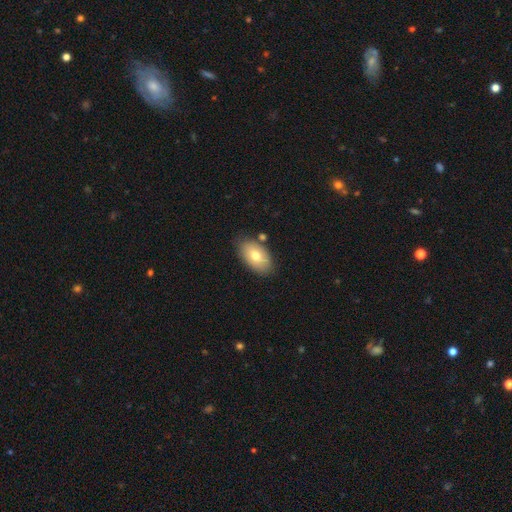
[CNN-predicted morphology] Smooth or featured?
  - smooth: 73% *
  - featured or disk: 20%
  - star or artifact: 7%
How rounded?
  - in between: 93% *
  - round: 6%
  - cigar-shaped: 1%
Merging?
  - none: 79% *
  - minor disturbance: 13%
  - merger: 5%
  - major disturbance: 3%